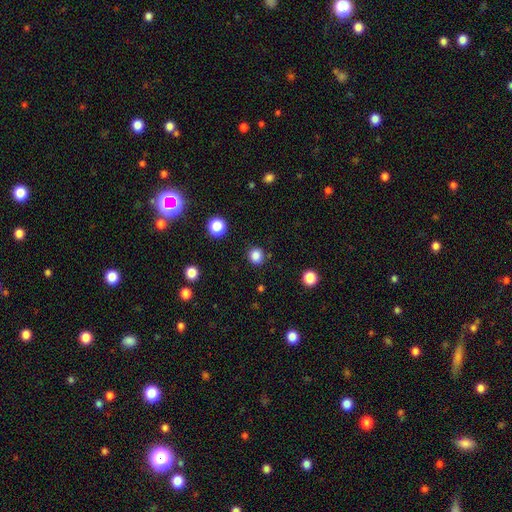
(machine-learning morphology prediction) Overall: smooth (84%). How rounded: round (90%). Merging: none (89%).